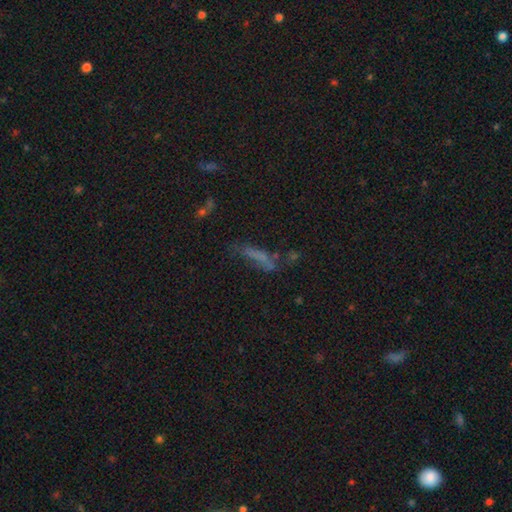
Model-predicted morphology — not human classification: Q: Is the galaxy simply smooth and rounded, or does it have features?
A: smooth — 44%.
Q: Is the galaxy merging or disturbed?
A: none — 50%.